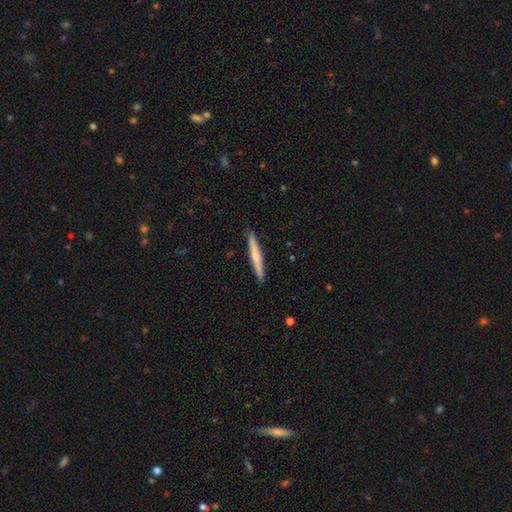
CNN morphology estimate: smooth_or_featured: smooth (p=0.56) [alt: featured or disk p=0.38]
how_rounded: cigar-shaped (p=0.96) [alt: in between p=0.03]
merging: none (p=0.92) [alt: minor disturbance p=0.06]